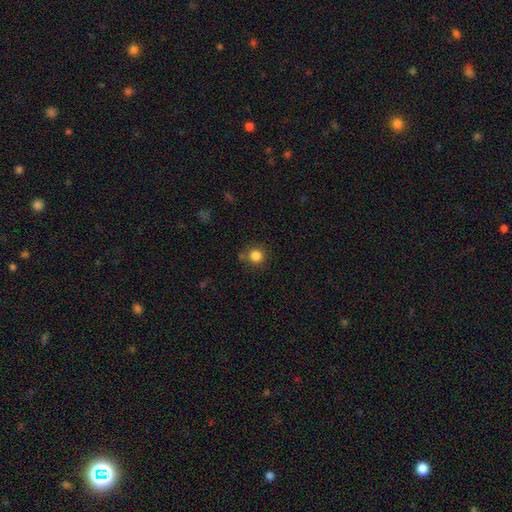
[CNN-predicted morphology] Smooth or featured: smooth — 84% (star or artifact — 12%)
How rounded: round — 92% (in between — 7%)
Merging: none — 79% (minor disturbance — 10%)